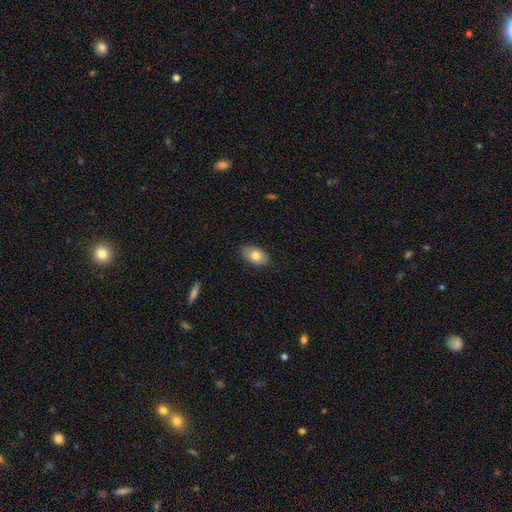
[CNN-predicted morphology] This is likely a smooth galaxy (77%). How rounded: clearly in between (90%). Merging: clearly none (82%).